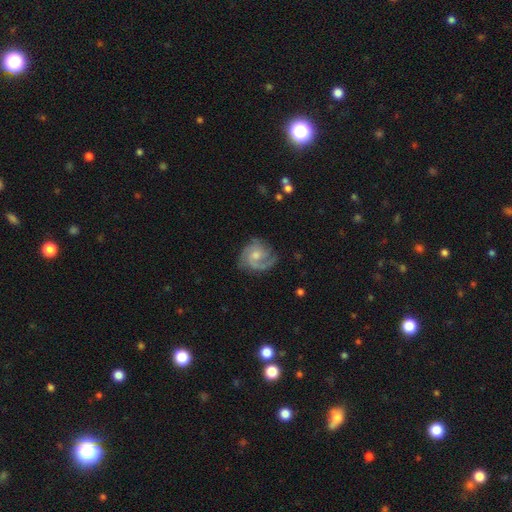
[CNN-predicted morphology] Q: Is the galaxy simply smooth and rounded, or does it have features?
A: featured or disk — 81%.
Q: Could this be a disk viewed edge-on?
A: no — 98%.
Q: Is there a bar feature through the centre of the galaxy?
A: no — 68%.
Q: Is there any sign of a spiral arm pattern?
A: yes — 96%.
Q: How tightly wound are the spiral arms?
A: medium — 44%.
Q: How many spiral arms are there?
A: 3 — 36%.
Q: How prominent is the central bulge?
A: moderate — 54%.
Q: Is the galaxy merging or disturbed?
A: none — 70%.